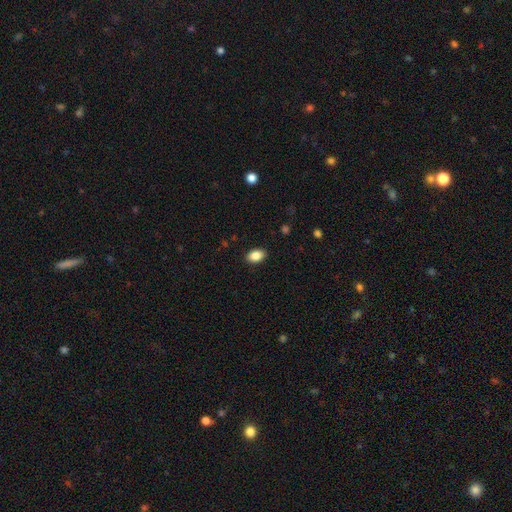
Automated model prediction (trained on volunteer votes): smooth_or_featured: smooth (p=0.87) [alt: star or artifact p=0.08]
how_rounded: in between (p=0.86) [alt: round p=0.12]
merging: none (p=0.89) [alt: minor disturbance p=0.08]